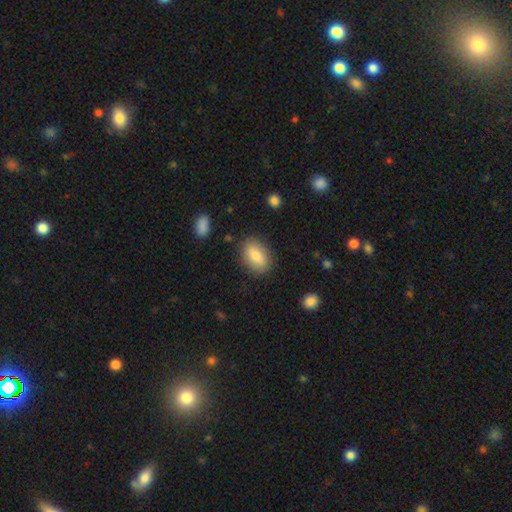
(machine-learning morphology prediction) Smooth or featured: smooth — 78% (featured or disk — 15%)
How rounded: in between — 86% (round — 11%)
Merging: none — 84% (minor disturbance — 11%)